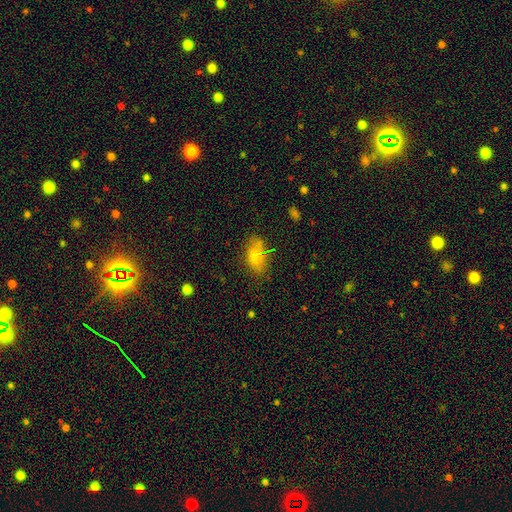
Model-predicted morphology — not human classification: Overall: smooth (73%). How rounded: in between (85%). Merging: none (72%).